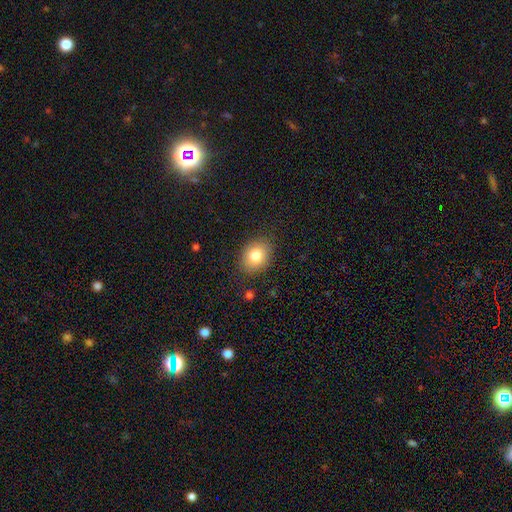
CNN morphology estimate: Smooth or featured? Predicted: smooth (p=0.80). How rounded? Predicted: in between (p=0.54). Merging? Predicted: none (p=0.86).